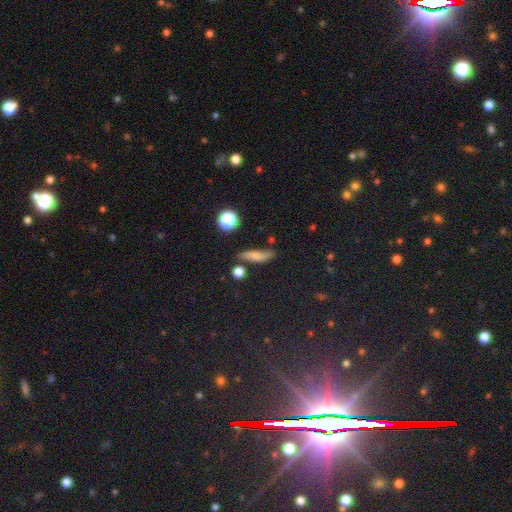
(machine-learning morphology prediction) smooth-or-featured: smooth: 65% | featured or disk: 22% | star or artifact: 13%
  how-rounded: cigar-shaped: 63% | in between: 28% | round: 9%
  merging: none: 69% | minor disturbance: 19% | merger: 6% | major disturbance: 6%